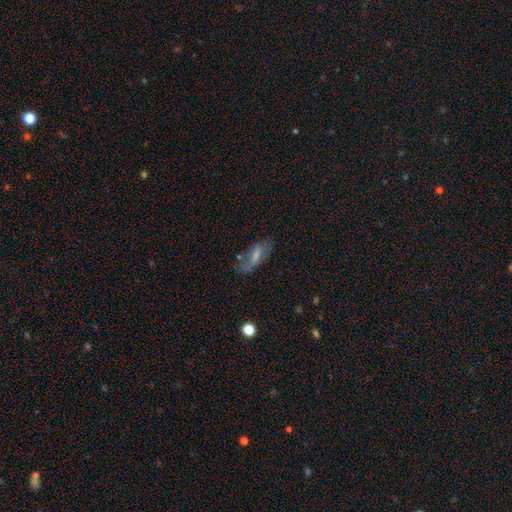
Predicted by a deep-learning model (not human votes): smooth-or-featured: smooth: 54% | featured or disk: 37% | star or artifact: 9%
  how-rounded: in between: 72% | cigar-shaped: 25% | round: 3%
  merging: none: 54% | minor disturbance: 25% | major disturbance: 16% | merger: 5%